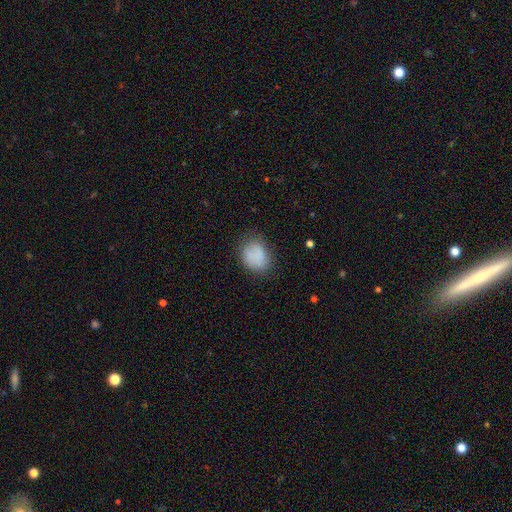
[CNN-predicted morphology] Smooth or featured: smooth — 79% (featured or disk — 12%)
How rounded: round — 54% (in between — 45%)
Merging: none — 69% (minor disturbance — 21%)